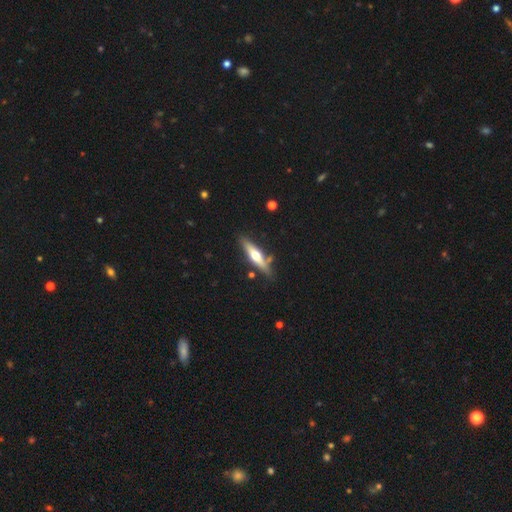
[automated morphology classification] Overall: featured or disk (56%; smooth 39%). Edge-on disk: yes (92%). Edge-on bulge: rounded (93%). Merging: none (81%).